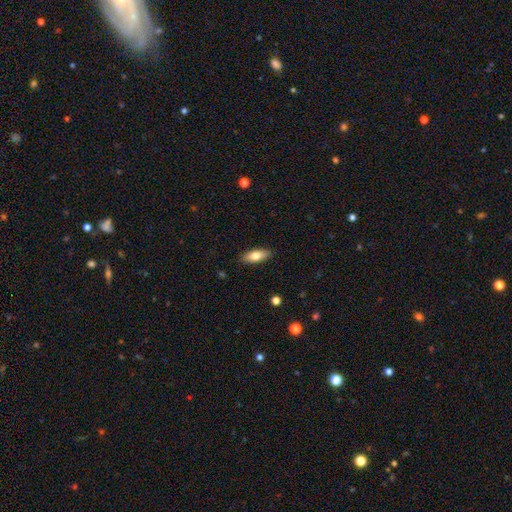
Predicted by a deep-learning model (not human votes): Morphology: type=smooth (78%); roundness=in between (76%); merging=none (89%).